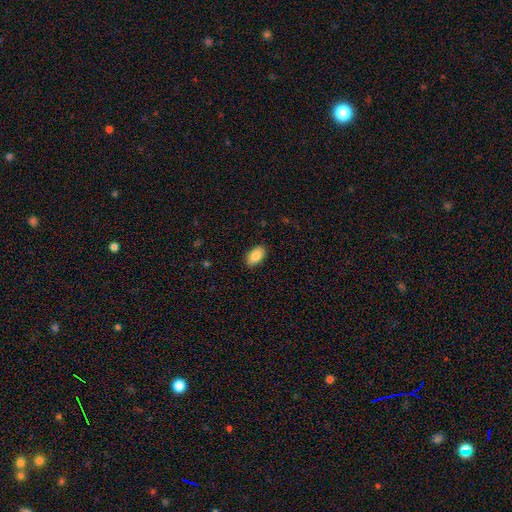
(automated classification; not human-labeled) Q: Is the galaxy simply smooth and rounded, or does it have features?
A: smooth — 88%.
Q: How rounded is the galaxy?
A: in between — 94%.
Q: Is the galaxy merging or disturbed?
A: none — 89%.